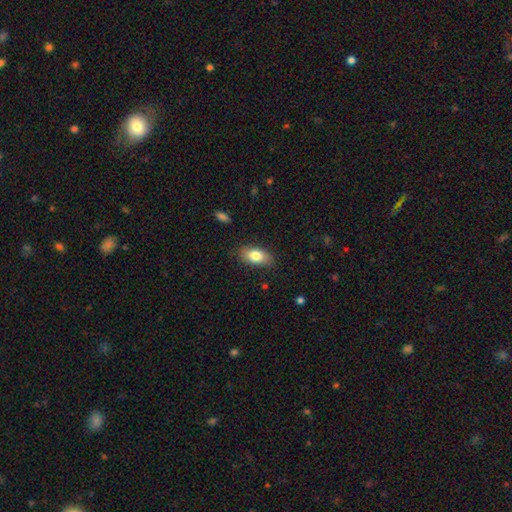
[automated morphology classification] This is clearly a smooth galaxy (80%). How rounded: clearly in between (90%). Merging: clearly none (84%).